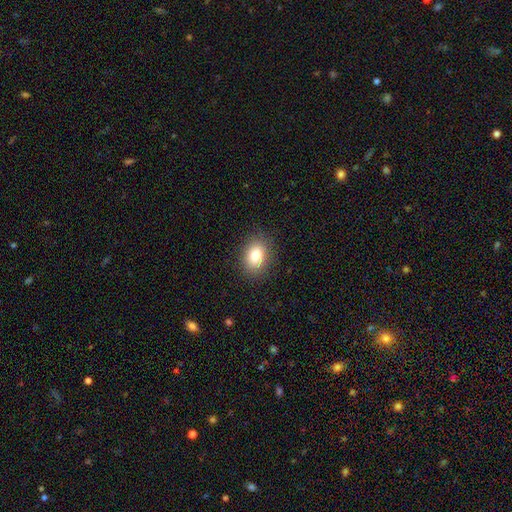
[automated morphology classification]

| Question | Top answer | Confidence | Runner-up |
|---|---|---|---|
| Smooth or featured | smooth | 83% | star or artifact (9%) |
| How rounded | in between | 72% | round (26%) |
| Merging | none | 87% | minor disturbance (10%) |